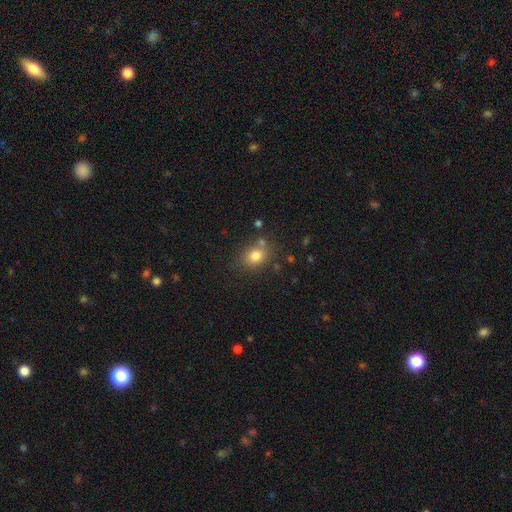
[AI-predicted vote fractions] The model was most divided on "how rounded": round: 54%, in between: 45%, cigar-shaped: 1%. More confident: smooth or featured — smooth (79%); merging — none (70%).